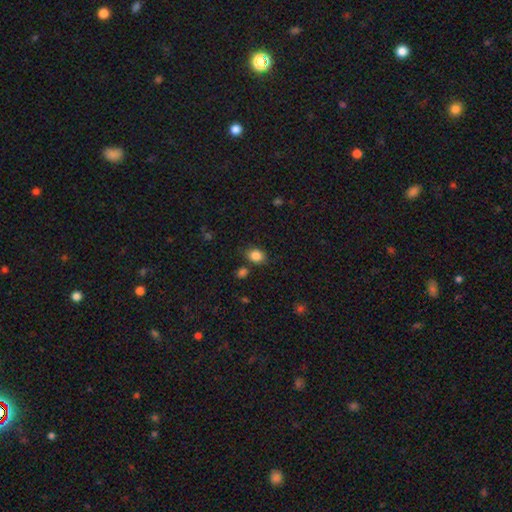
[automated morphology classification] Smooth or featured? Predicted: smooth (p=0.85). How rounded? Predicted: in between (p=0.61). Merging? Predicted: none (p=0.79).